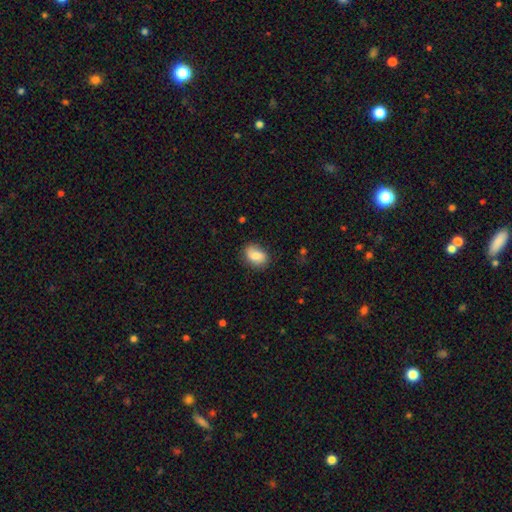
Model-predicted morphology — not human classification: Overall: smooth (81%). How rounded: in between (80%). Merging: none (75%).